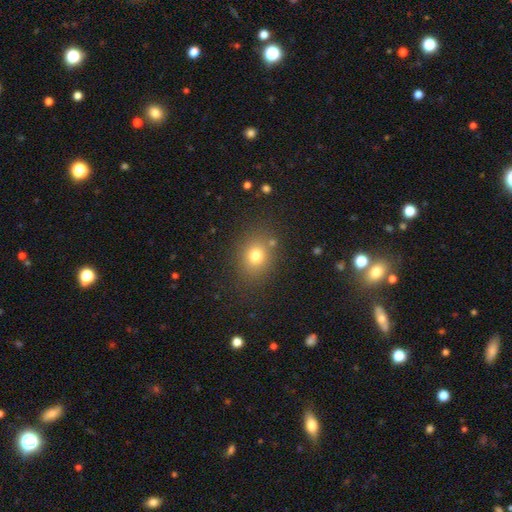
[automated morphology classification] A smooth galaxy with no disk features (75%) that is round (59%).

Vote fractions:
- Smooth or featured? smooth: 75% / star or artifact: 15% / featured or disk: 10%
- How rounded? round: 59% / in between: 40% / cigar-shaped: 1%
- Merging? none: 81% / minor disturbance: 11% / major disturbance: 4% / merger: 4%